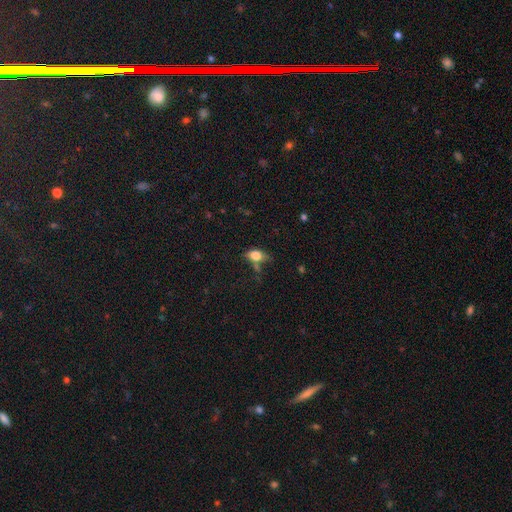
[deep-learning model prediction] A smooth galaxy with no disk features (75%) that is in between round and cigar-shaped (80%). Merging: none (45%).